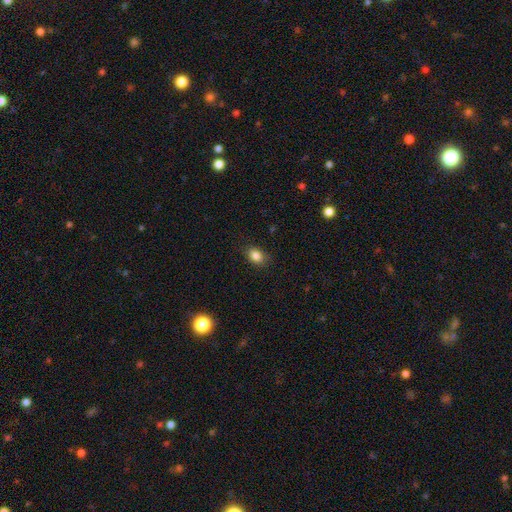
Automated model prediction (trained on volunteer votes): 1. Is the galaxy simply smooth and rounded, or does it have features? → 85% smooth, 10% star or artifact, 5% featured or disk.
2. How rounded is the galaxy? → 68% in between, 31% round, 1% cigar-shaped.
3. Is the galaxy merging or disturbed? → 84% none, 12% minor disturbance, 3% major disturbance, 1% merger.